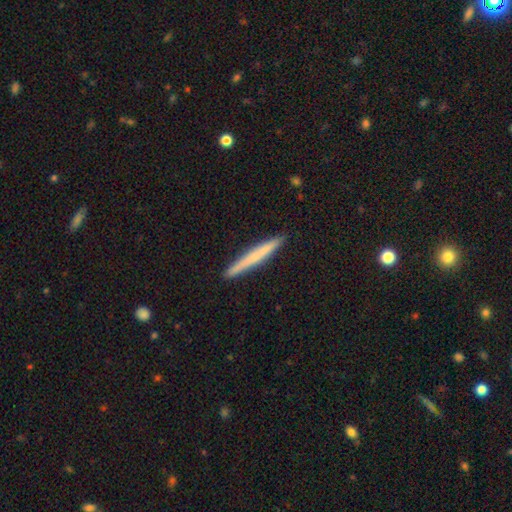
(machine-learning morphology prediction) This is possibly a smooth galaxy (59%). How rounded: clearly cigar-shaped (97%). Merging: clearly none (92%).